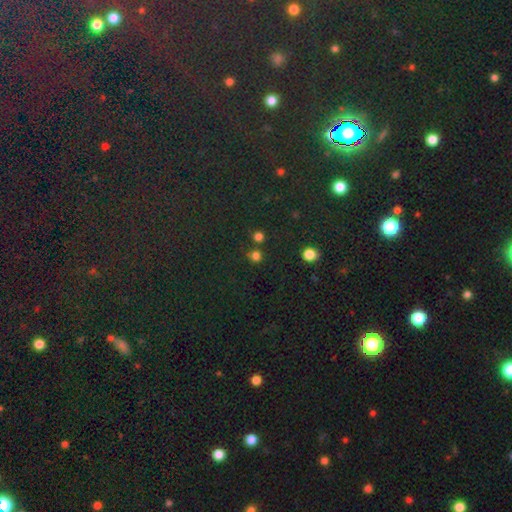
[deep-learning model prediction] This appears to be a smooth galaxy with no disk features (72%) that is round (90%). Merging: none (73%).